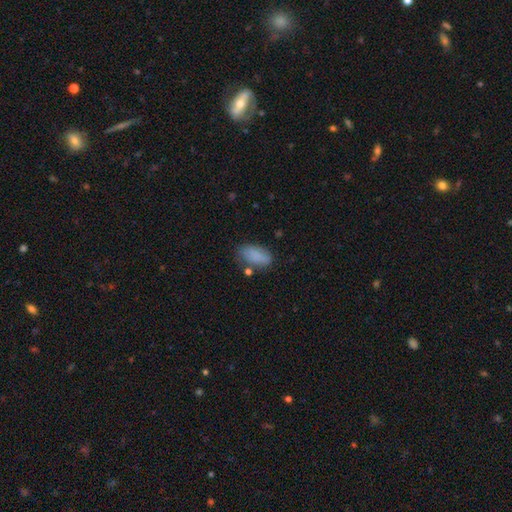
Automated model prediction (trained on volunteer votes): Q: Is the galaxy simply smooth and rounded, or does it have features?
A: smooth — 84%.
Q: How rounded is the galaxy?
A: in between — 91%.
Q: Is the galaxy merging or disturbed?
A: none — 67%.